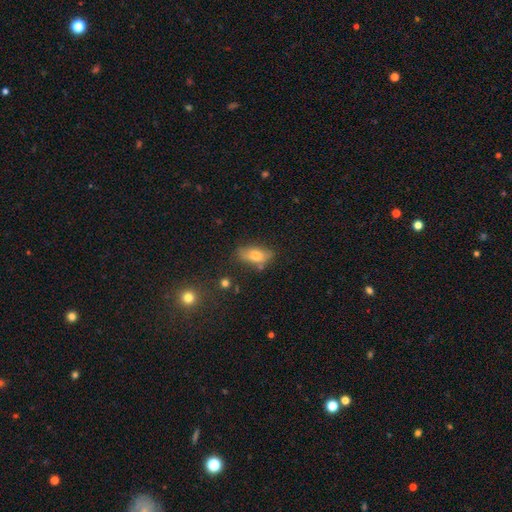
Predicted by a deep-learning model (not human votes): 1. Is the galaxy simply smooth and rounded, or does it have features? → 68% smooth, 23% featured or disk, 10% star or artifact.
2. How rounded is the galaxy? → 82% in between, 13% cigar-shaped, 5% round.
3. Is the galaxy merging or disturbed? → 67% none, 21% minor disturbance, 6% major disturbance, 6% merger.